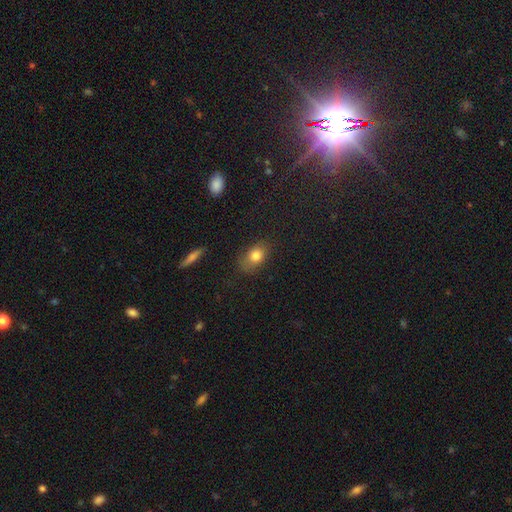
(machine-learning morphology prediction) Overall: smooth (78%). How rounded: in between (73%). Merging: none (71%).